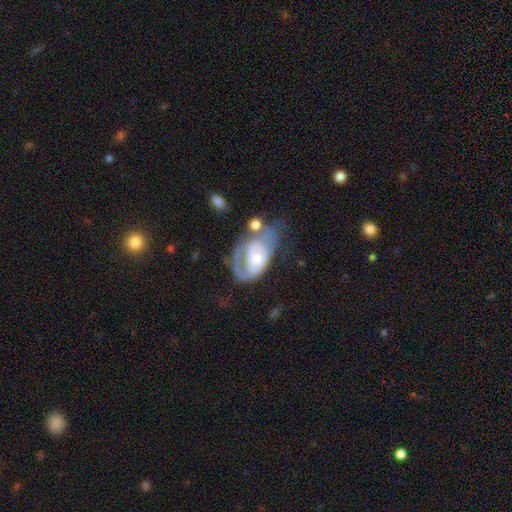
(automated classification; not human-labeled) Morphology: type=featured or disk (71%); edge-on=no (95%); bar=no (68%); spiral arms=yes (75%); winding=tight (51%); arm count=1 (42%); bulge=small (50%); merging=major disturbance (38%).